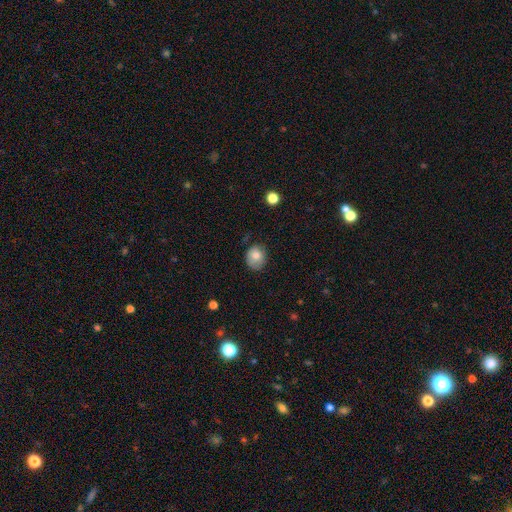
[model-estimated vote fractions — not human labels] smooth_or_featured: smooth (p=0.80) [alt: featured or disk p=0.11]
how_rounded: round (p=0.65) [alt: in between p=0.34]
merging: none (p=0.68) [alt: minor disturbance p=0.25]